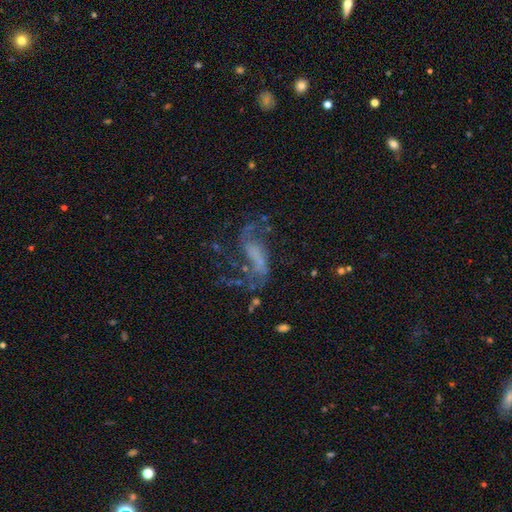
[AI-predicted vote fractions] smooth-or-featured: featured or disk: 72% | star or artifact: 14% | smooth: 13%
  disk-edge-on: no: 93% | yes: 7%
    bar: no: 37% | weak: 36% | strong: 27%
    has-spiral-arms: yes: 81% | no: 19%
      spiral-winding: loose: 63% | medium: 29% | tight: 8%
      spiral-arm-count: 2: 70% | can't tell: 12% | 1: 8% | 3: 5% | 4: 3% | more than 4: 2%
    bulge-size: none: 59% | small: 20% | moderate: 13% | large: 6% | dominant: 2%
  merging: none: 43% | major disturbance: 34% | minor disturbance: 17% | merger: 5%